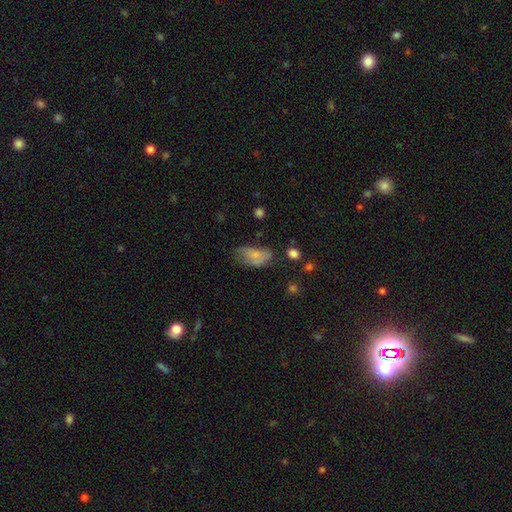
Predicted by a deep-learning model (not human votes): A smooth galaxy with no disk features (70%) that is in between round and cigar-shaped (92%).

Vote fractions:
- Smooth or featured? smooth: 70% / featured or disk: 21% / star or artifact: 9%
- How rounded? in between: 92% / round: 5% / cigar-shaped: 3%
- Merging? none: 37% / minor disturbance: 34% / major disturbance: 23% / merger: 6%